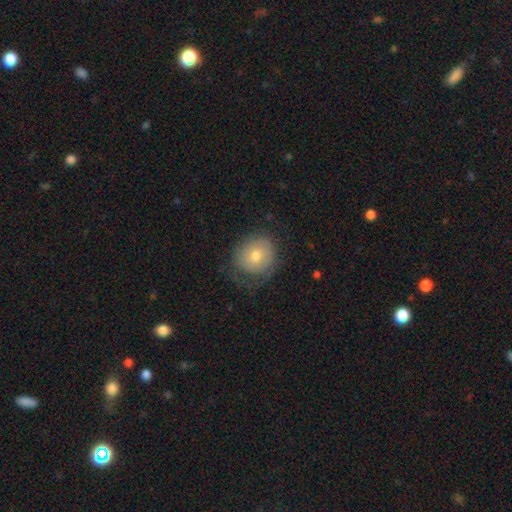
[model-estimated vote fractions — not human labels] Smooth or featured? smooth (62%)
How rounded? round (81%)
Merging? none (63%)